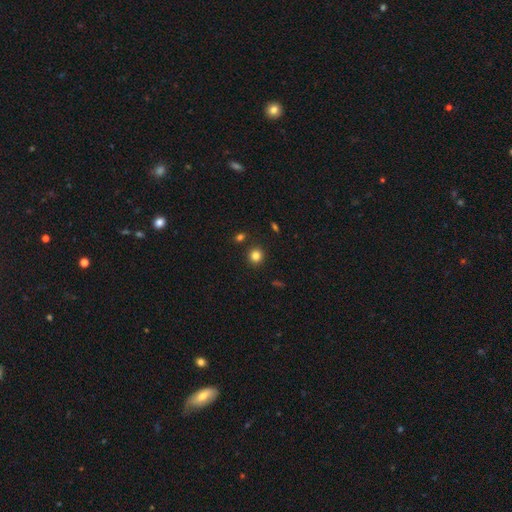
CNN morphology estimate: Q: Smooth or featured?
A: smooth (83%); runner-up: star or artifact (12%)
Q: How rounded?
A: round (88%); runner-up: in between (11%)
Q: Merging?
A: none (88%); runner-up: minor disturbance (6%)